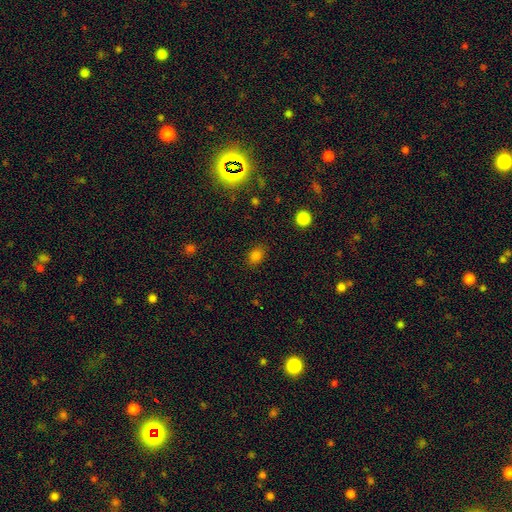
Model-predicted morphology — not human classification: Q: Smooth or featured?
A: smooth (80%); runner-up: star or artifact (14%)
Q: How rounded?
A: in between (71%); runner-up: round (28%)
Q: Merging?
A: none (84%); runner-up: minor disturbance (11%)